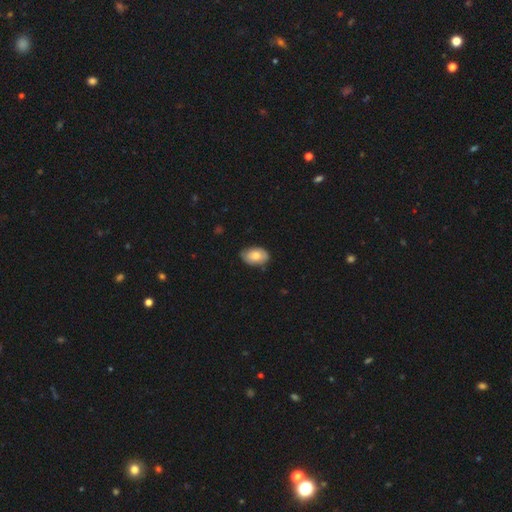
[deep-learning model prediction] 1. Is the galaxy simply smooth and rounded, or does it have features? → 77% smooth, 17% featured or disk, 7% star or artifact.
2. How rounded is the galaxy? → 89% in between, 10% round, 1% cigar-shaped.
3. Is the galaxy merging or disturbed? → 79% none, 18% minor disturbance, 2% major disturbance, 1% merger.